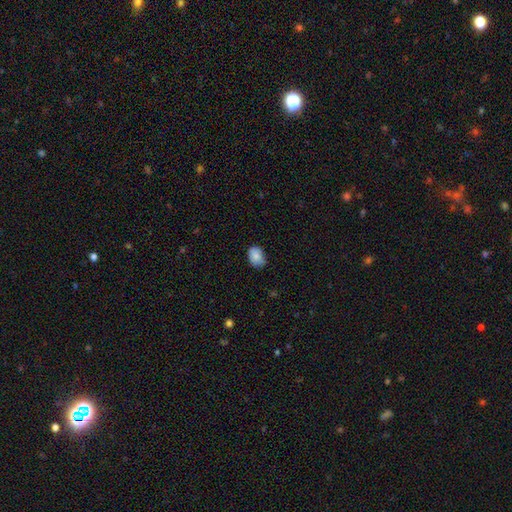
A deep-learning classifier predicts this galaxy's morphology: smooth 85%, featured or disk 8%, star or artifact 8%. Down the decision tree: how rounded — in between (73%); merging — none (70%).